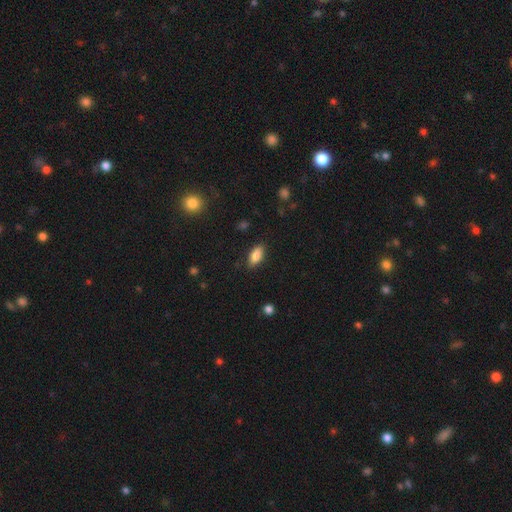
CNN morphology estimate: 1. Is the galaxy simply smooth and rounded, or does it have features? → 85% smooth, 8% star or artifact, 8% featured or disk.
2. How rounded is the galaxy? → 89% in between, 8% cigar-shaped, 3% round.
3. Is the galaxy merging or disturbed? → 85% none, 11% minor disturbance, 3% major disturbance, 1% merger.